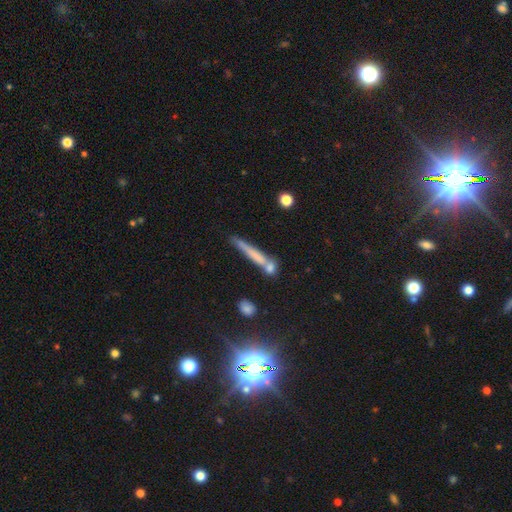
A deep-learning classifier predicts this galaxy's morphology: smooth-or-featured: smooth: 57% | featured or disk: 33% | star or artifact: 10%
  how-rounded: cigar-shaped: 92% | in between: 5% | round: 3%
  merging: none: 58% | merger: 22% | minor disturbance: 14% | major disturbance: 5%